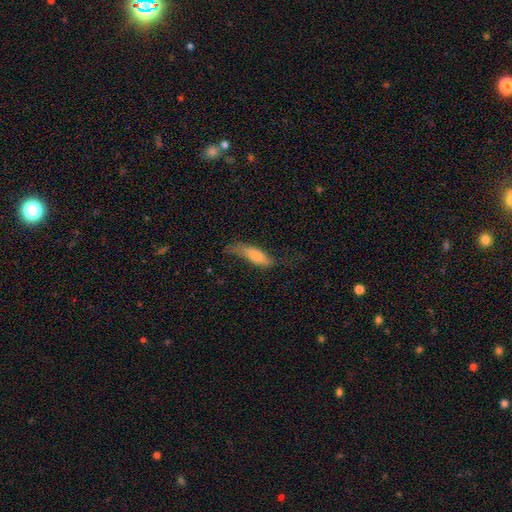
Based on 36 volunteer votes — This is clearly a smooth galaxy (81%). How rounded: possibly in between (55%). Merging: marginally minor disturbance (43%).